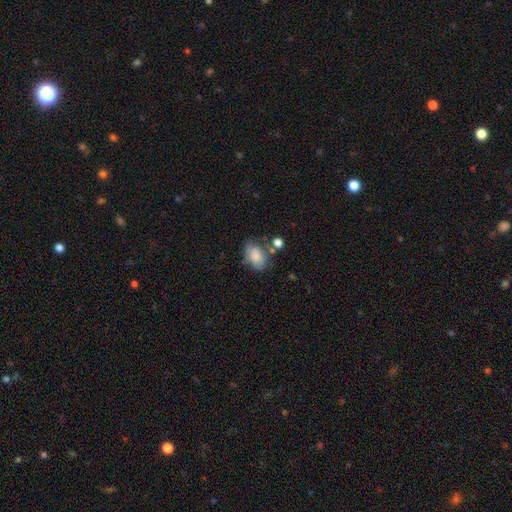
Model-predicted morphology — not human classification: smooth-or-featured: smooth: 78% | featured or disk: 13% | star or artifact: 8%
  how-rounded: in between: 85% | round: 14% | cigar-shaped: 1%
  merging: none: 56% | minor disturbance: 25% | merger: 10% | major disturbance: 9%